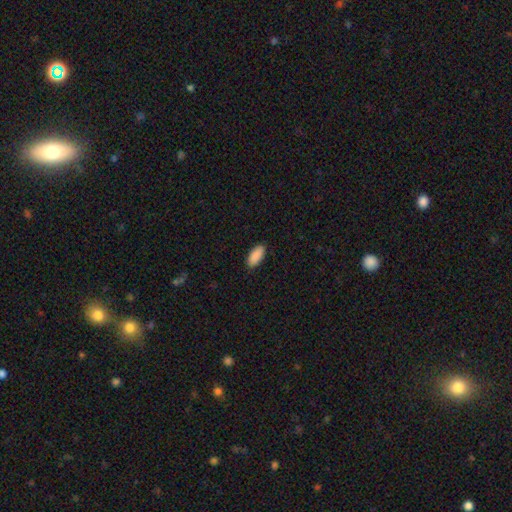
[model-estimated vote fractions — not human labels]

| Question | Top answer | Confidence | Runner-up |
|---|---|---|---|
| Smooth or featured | smooth | 91% | star or artifact (6%) |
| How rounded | in between | 90% | cigar-shaped (8%) |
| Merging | none | 89% | minor disturbance (8%) |